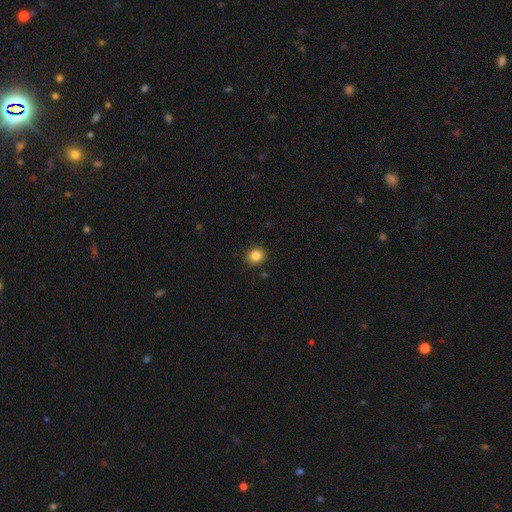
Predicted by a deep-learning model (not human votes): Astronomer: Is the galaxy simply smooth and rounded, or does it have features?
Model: smooth — 85%.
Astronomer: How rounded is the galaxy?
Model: round — 79%.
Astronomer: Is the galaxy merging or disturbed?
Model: none — 90%.